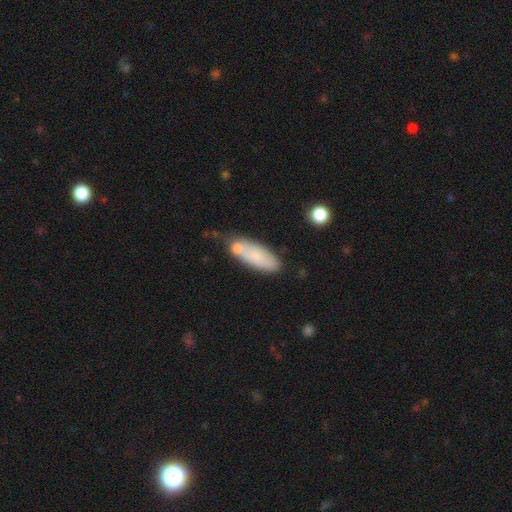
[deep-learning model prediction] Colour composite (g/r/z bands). It shows a smooth galaxy with no disk features (76%) that is in between round and cigar-shaped (67%). Merging: none (58%).